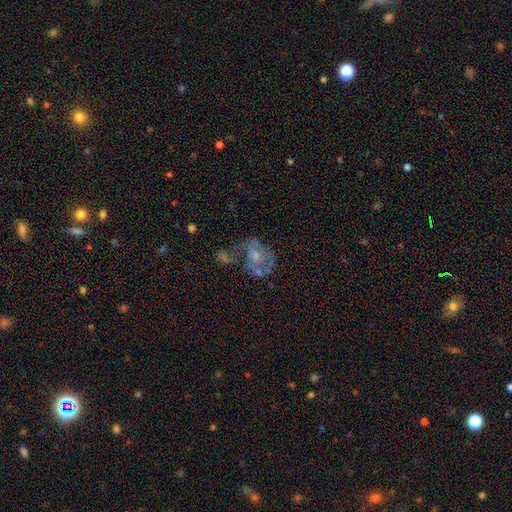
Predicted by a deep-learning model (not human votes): Smooth or featured? featured or disk (62%)
Edge-on disk? no (97%)
Bar? no (78%)
Spiral arms? no (65%)
Bulge size? moderate (48%)
Merging? none (32%)